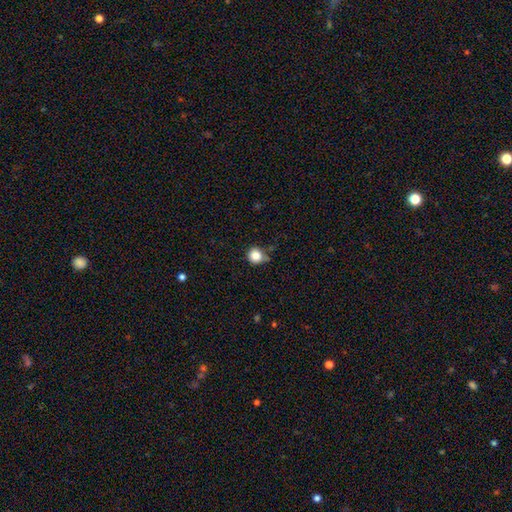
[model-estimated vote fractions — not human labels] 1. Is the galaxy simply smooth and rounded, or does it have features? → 85% smooth, 11% star or artifact, 5% featured or disk.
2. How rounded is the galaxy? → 91% round, 8% in between, 1% cigar-shaped.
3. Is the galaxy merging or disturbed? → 72% none, 19% minor disturbance, 5% merger, 4% major disturbance.